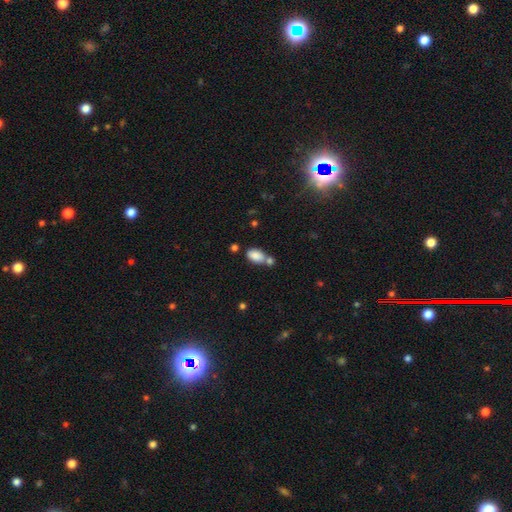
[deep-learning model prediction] Smooth or featured: smooth — 84% (star or artifact — 9%)
How rounded: in between — 90% (round — 8%)
Merging: none — 43% (merger — 39%)